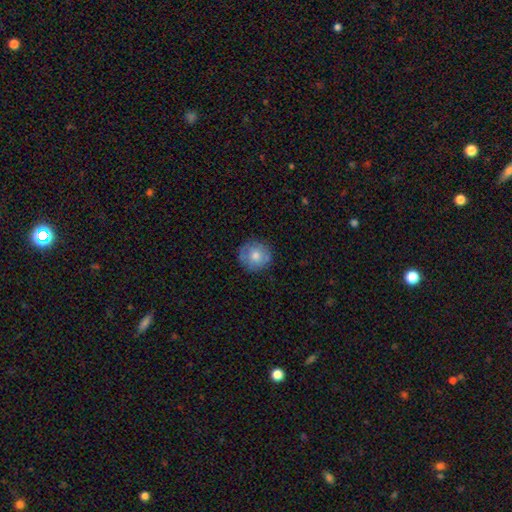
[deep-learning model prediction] Smooth or featured? smooth (69%)
How rounded? round (93%)
Merging? none (83%)